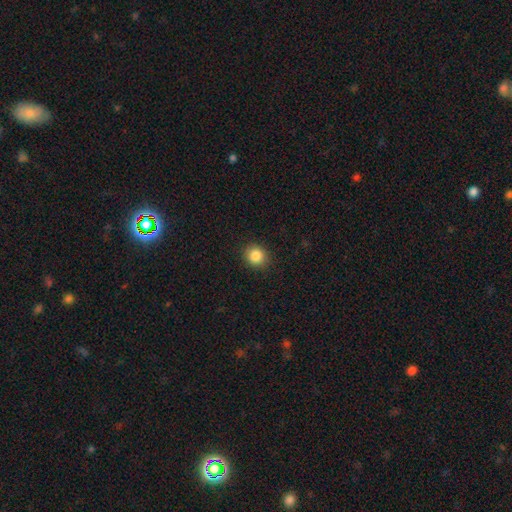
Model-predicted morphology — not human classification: This is clearly a smooth galaxy (86%). How rounded: clearly round (84%). Merging: clearly none (90%).